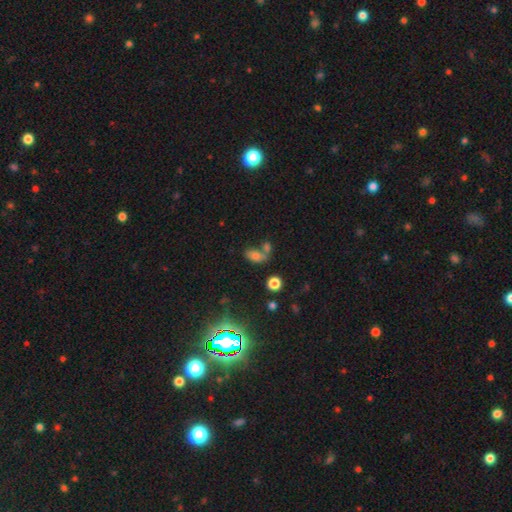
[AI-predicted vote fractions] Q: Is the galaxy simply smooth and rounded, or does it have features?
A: smooth — 71%.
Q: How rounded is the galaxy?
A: in between — 87%.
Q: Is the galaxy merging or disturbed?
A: none — 44%.